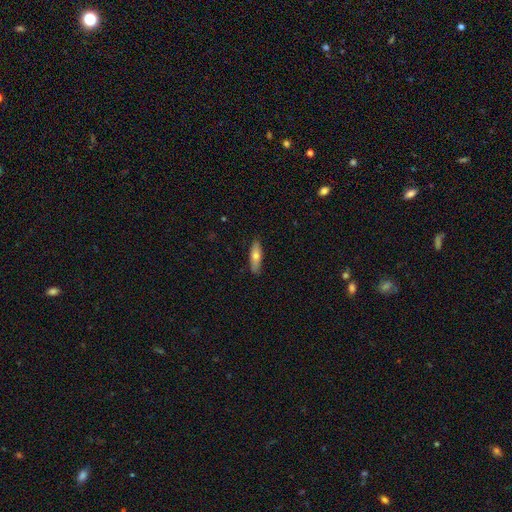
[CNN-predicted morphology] type=smooth (65%); roundness=cigar-shaped (55%); merging=none (87%).